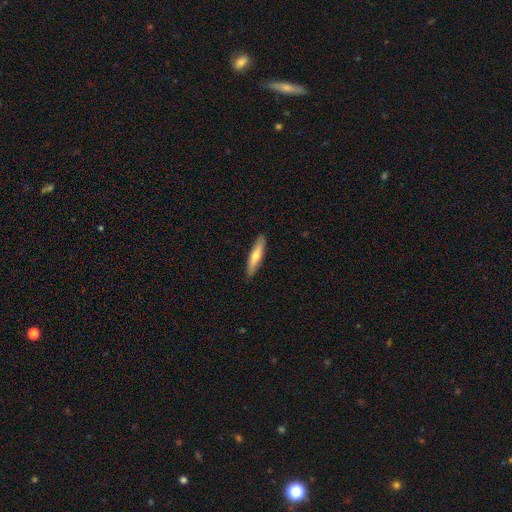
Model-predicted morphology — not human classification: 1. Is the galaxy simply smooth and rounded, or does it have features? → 58% smooth, 37% featured or disk, 5% star or artifact.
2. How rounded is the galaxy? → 84% cigar-shaped, 15% in between, 2% round.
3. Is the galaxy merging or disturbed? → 89% none, 9% minor disturbance, 2% major disturbance, 1% merger.